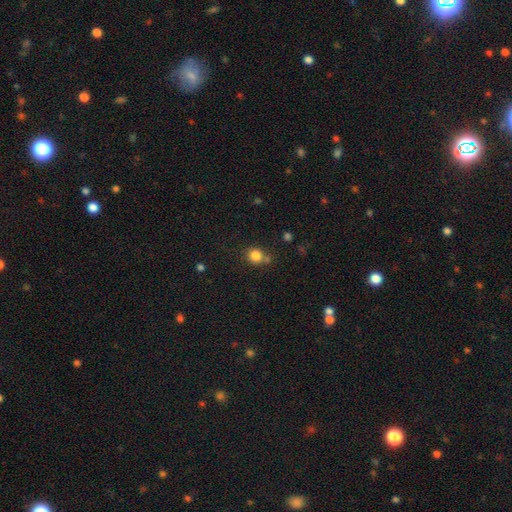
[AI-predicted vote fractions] Q: Smooth or featured?
A: smooth (83%); runner-up: star or artifact (11%)
Q: How rounded?
A: round (85%); runner-up: in between (14%)
Q: Merging?
A: none (65%); runner-up: merger (17%)